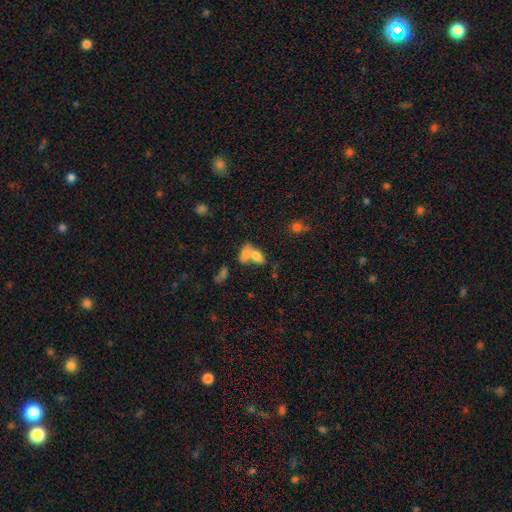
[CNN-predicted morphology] smooth-or-featured: smooth: 73% | featured or disk: 16% | star or artifact: 11%
  how-rounded: in between: 84% | round: 11% | cigar-shaped: 4%
  merging: merger: 62% | none: 25% | minor disturbance: 8% | major disturbance: 5%